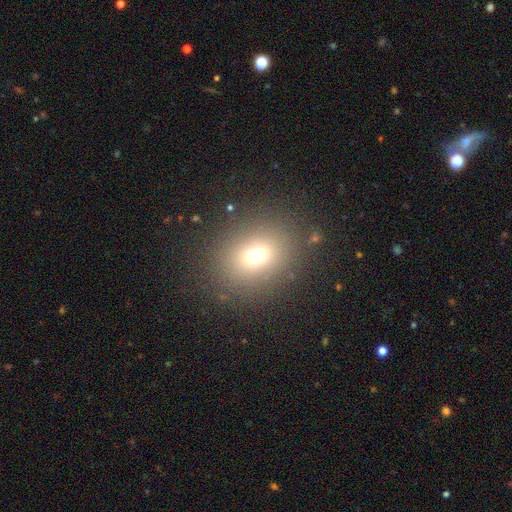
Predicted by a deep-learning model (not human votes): Overall: smooth (68%). How rounded: round (63%; in between 36%). Merging: none (83%).